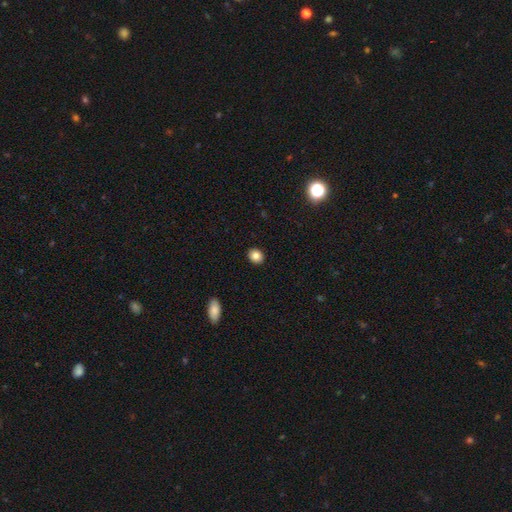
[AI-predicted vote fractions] The model was most divided on "how rounded": round: 58%, in between: 41%, cigar-shaped: 1%. More confident: merging — none (91%); smooth or featured — smooth (85%).